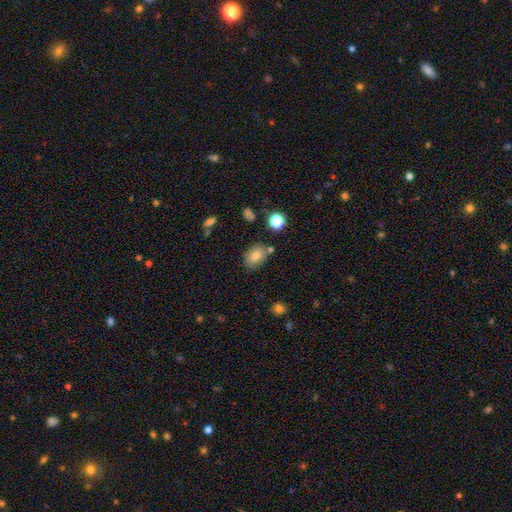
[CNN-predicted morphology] type=smooth (79%); roundness=in between (76%); merging=none (75%).